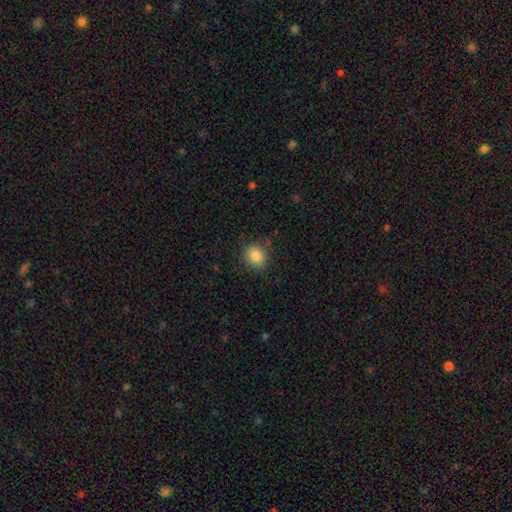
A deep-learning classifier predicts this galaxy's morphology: Overall: smooth (85%). How rounded: round (73%). Merging: none (83%).